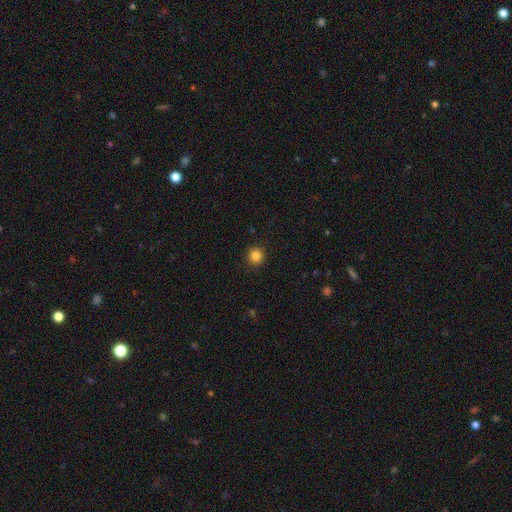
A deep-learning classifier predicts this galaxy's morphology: Overall: smooth (84%). How rounded: round (93%). Merging: none (91%).